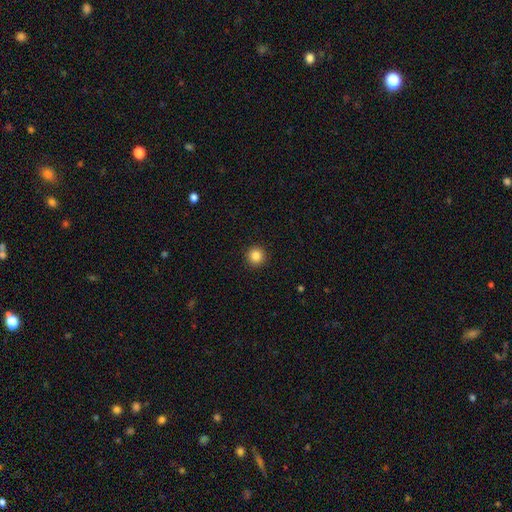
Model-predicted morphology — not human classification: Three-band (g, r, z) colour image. It shows a smooth galaxy with no disk features (85%) that is round (95%). Merging: none (93%).